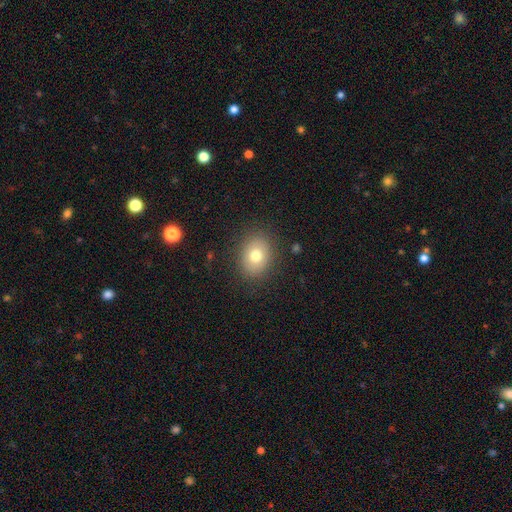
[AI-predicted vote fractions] smooth-or-featured: smooth: 76% | featured or disk: 14% | star or artifact: 10%
  how-rounded: in between: 52% | round: 47% | cigar-shaped: 1%
  merging: none: 86% | minor disturbance: 10% | major disturbance: 4% | merger: 1%